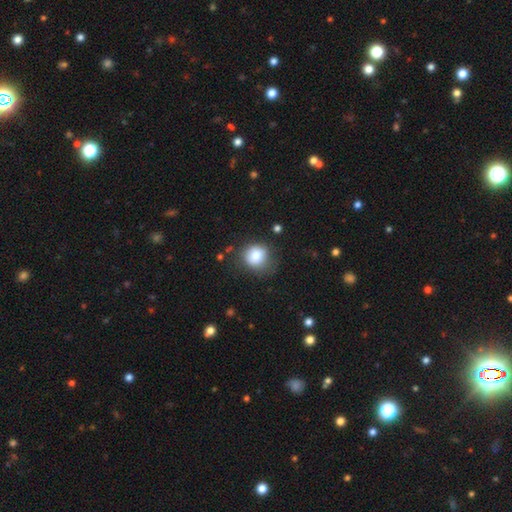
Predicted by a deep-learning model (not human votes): A smooth galaxy with no disk features (80%) that is round (80%).

Vote fractions:
- Smooth or featured? smooth: 80% / star or artifact: 10% / featured or disk: 10%
- How rounded? round: 80% / in between: 19% / cigar-shaped: 1%
- Merging? none: 68% / minor disturbance: 22% / major disturbance: 8% / merger: 3%